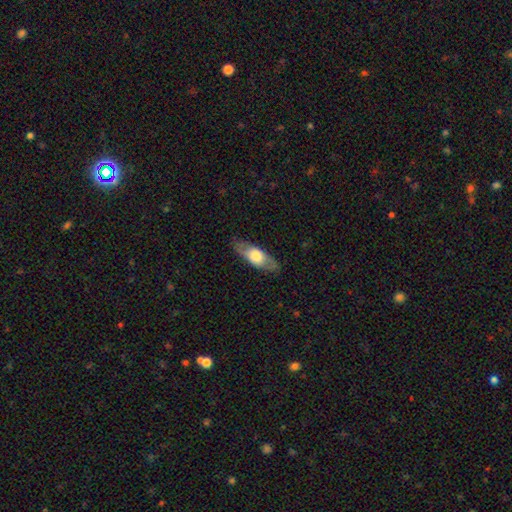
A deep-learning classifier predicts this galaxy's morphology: Smooth or featured? Predicted: smooth (p=0.53). How rounded? Predicted: in between (p=0.68). Merging? Predicted: none (p=0.83).